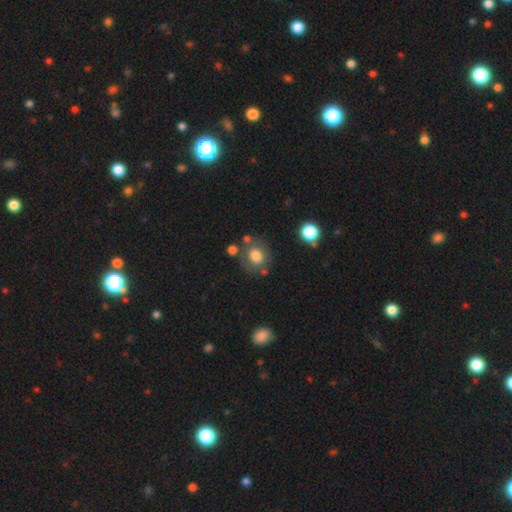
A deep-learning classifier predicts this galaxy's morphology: smooth_or_featured: smooth (p=0.70) [alt: featured or disk p=0.21]
how_rounded: round (p=0.70) [alt: in between p=0.29]
merging: none (p=0.68) [alt: minor disturbance p=0.16]